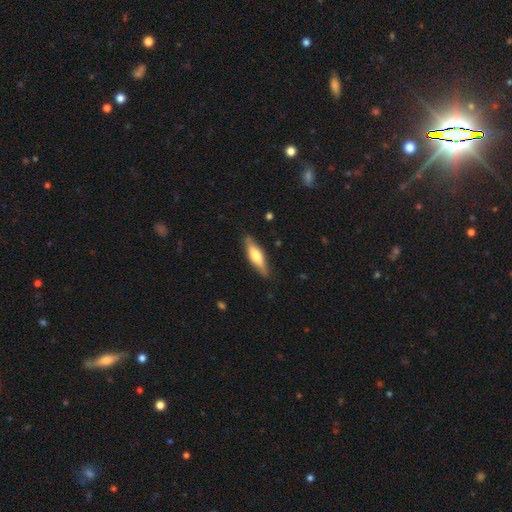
This appears to be a smooth galaxy with no disk features (61%) that is in between round and cigar-shaped (59%). Merging: none (91%).